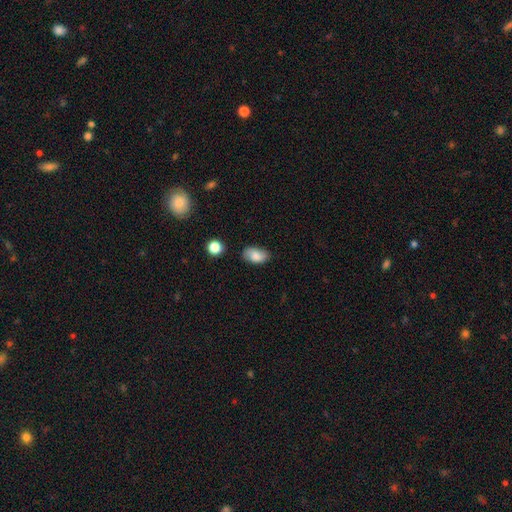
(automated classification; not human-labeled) Smooth or featured: smooth — 79% (featured or disk — 13%)
How rounded: in between — 91% (round — 7%)
Merging: none — 77% (minor disturbance — 18%)